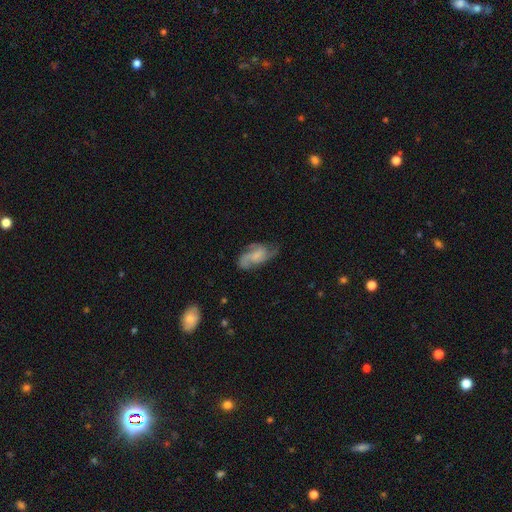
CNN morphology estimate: Smooth or featured? Predicted: featured or disk (p=0.74). Edge-on disk? Predicted: no (p=0.96). Bar? Predicted: no (p=0.57). Spiral arms? Predicted: yes (p=0.93). Spiral winding? Predicted: medium (p=0.50). Spiral arm count? Predicted: 2 (p=0.40). Bulge size? Predicted: small (p=0.37). Merging? Predicted: none (p=0.61).